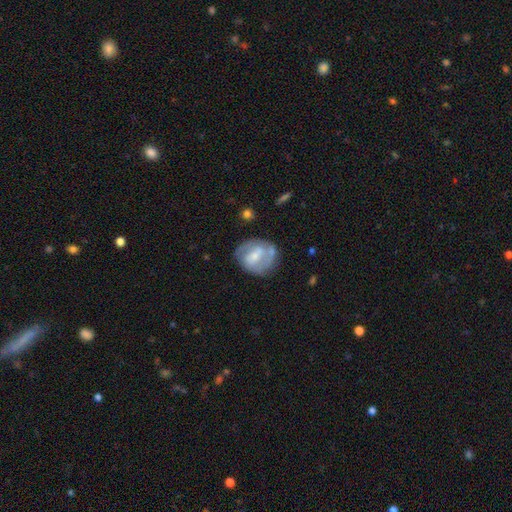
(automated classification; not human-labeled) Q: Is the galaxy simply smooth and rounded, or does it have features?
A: featured or disk — 62%.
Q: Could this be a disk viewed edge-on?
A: no — 96%.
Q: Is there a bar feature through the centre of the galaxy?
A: weak — 45%.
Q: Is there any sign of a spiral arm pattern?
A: yes — 67%.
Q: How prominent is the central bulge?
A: small — 44%.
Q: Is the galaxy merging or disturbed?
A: none — 60%.